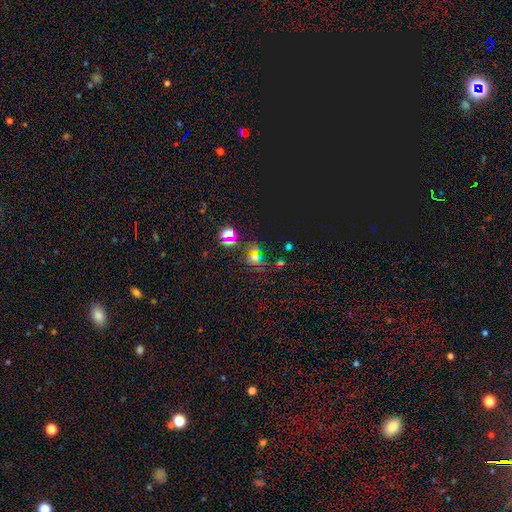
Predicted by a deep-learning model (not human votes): star or artifact 60%, smooth 28%, featured or disk 13%.